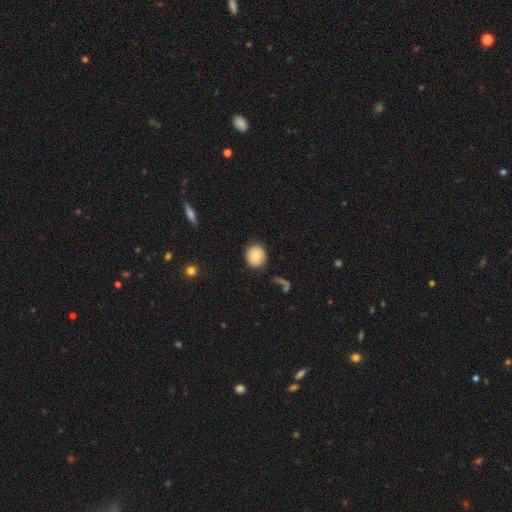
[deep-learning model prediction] Q: Smooth or featured?
A: smooth (74%); runner-up: featured or disk (18%)
Q: How rounded?
A: round (88%); runner-up: in between (11%)
Q: Merging?
A: none (85%); runner-up: minor disturbance (10%)